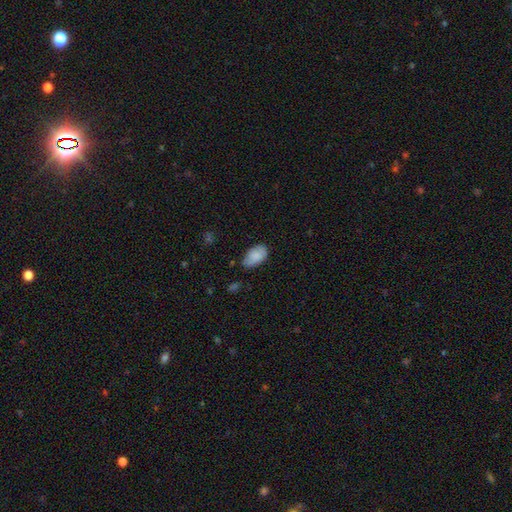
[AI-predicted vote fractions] The model was most divided on "merging": none: 60%, minor disturbance: 32%, major disturbance: 6%, merger: 2%. More confident: how rounded — in between (94%); smooth or featured — smooth (86%).